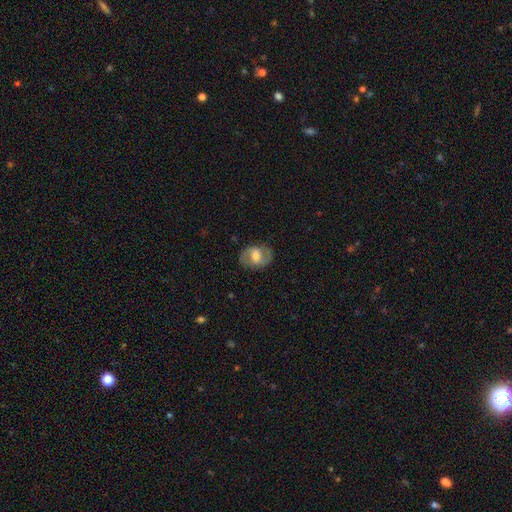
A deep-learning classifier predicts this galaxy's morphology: The model was most divided on "bar": weak: 45%, no: 33%, strong: 22%. More confident: edge-on disk — no (95%); merging — none (80%); spiral arms — yes (71%); smooth or featured — featured or disk (59%); bulge size — moderate (57%).